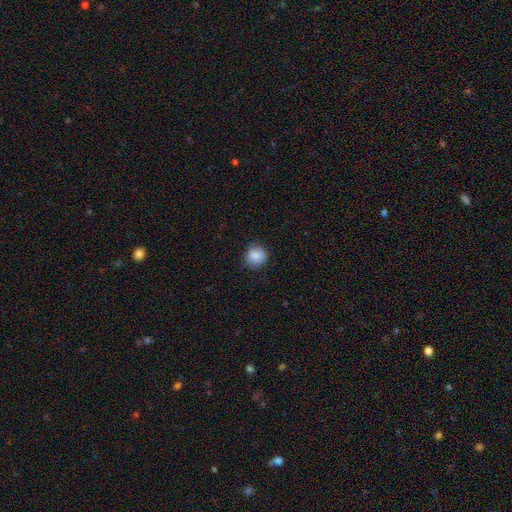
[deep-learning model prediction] This appears to be a smooth galaxy with no disk features (87%) that is round (87%). Merging: none (83%).